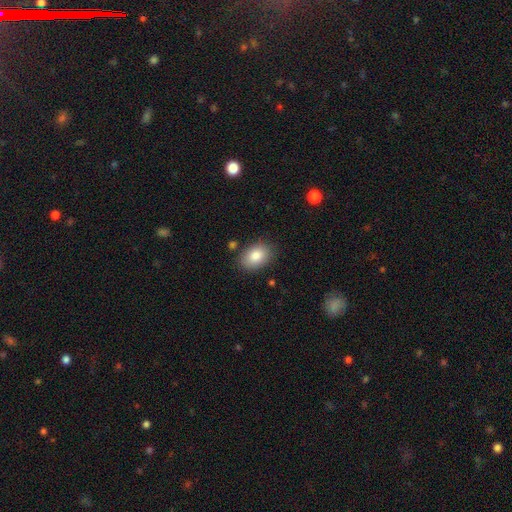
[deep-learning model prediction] This is clearly a smooth galaxy (84%). How rounded: clearly in between (85%). Merging: clearly none (82%).